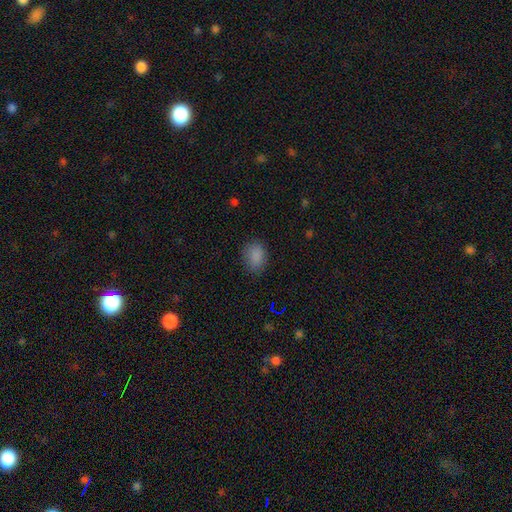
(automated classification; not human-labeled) The model was most divided on "how rounded": in between: 71%, round: 28%, cigar-shaped: 1%. More confident: smooth or featured — smooth (85%); merging — none (80%).